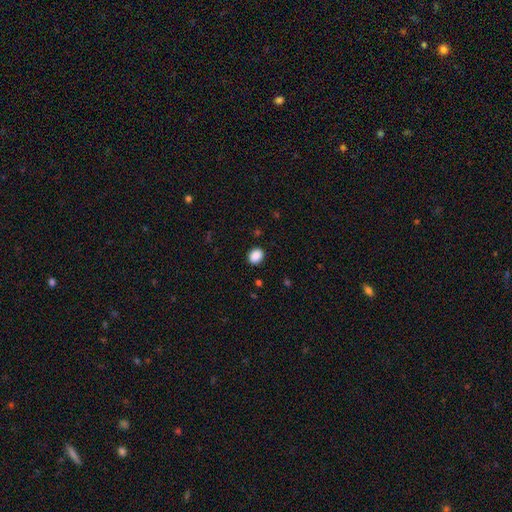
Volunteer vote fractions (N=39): This is clearly a smooth galaxy (90%). How rounded: likely round (60%). Merging: clearly none (86%).